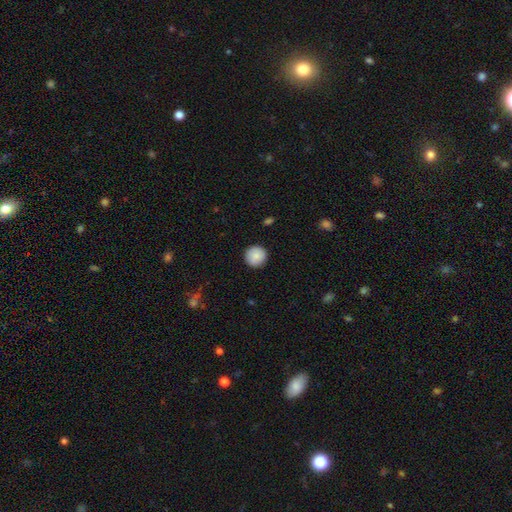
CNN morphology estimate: smooth-or-featured: smooth: 86% | star or artifact: 7% | featured or disk: 7%
  how-rounded: round: 94% | in between: 5% | cigar-shaped: 1%
  merging: none: 90% | minor disturbance: 7% | major disturbance: 2% | merger: 1%